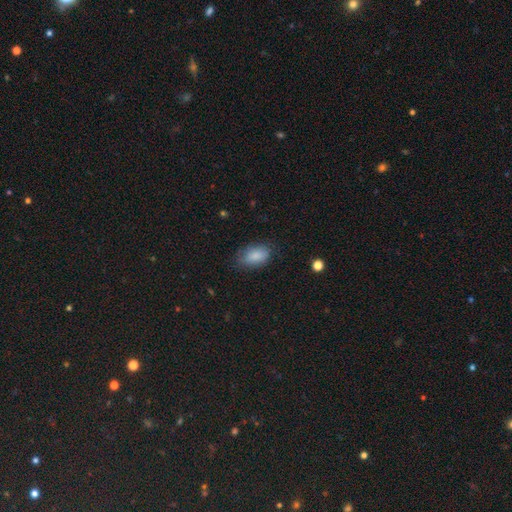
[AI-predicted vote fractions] Q: Smooth or featured?
A: smooth (85%); runner-up: featured or disk (7%)
Q: How rounded?
A: in between (91%); runner-up: round (6%)
Q: Merging?
A: none (74%); runner-up: minor disturbance (20%)